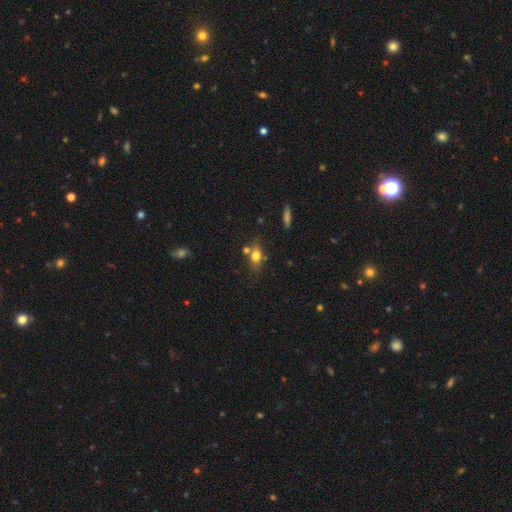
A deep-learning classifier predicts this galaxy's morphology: smooth_or_featured: smooth (p=0.72) [alt: featured or disk p=0.17]
how_rounded: in between (p=0.72) [alt: round p=0.16]
merging: none (p=0.60) [alt: merger p=0.18]